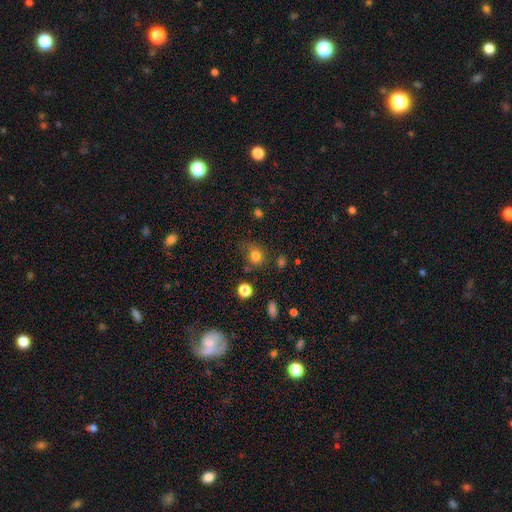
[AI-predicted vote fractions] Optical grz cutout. It shows a smooth galaxy with no disk features (78%) that is round (70%). Merging: none (60%).